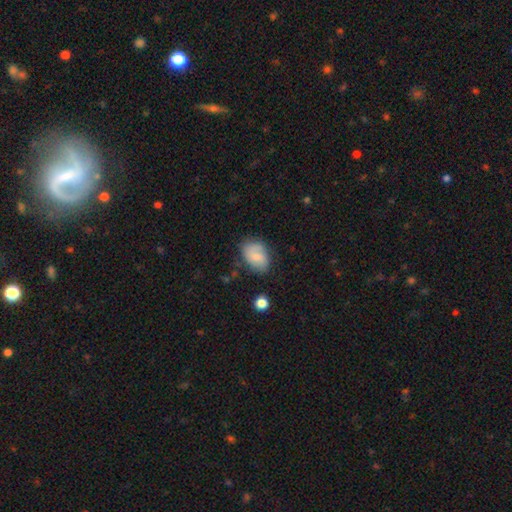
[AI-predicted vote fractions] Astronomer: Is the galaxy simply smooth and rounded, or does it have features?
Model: smooth — 58% (runner-up: featured or disk, 34%).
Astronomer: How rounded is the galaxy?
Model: in between — 81%.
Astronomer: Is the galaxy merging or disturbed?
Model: none — 65%.